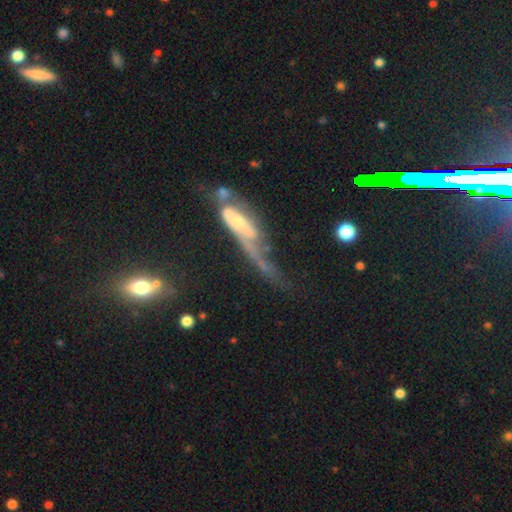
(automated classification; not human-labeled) Overall: featured or disk (61%; smooth 23%). Edge-on disk: no (56%; yes 44%). Merging: major disturbance (44%; none 23%).